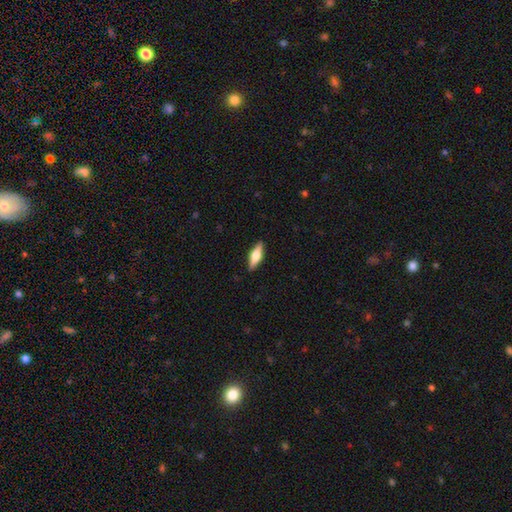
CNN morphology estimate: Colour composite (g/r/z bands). It shows a featured or disk galaxy (47%, tied with smooth). Merging: none (89%).